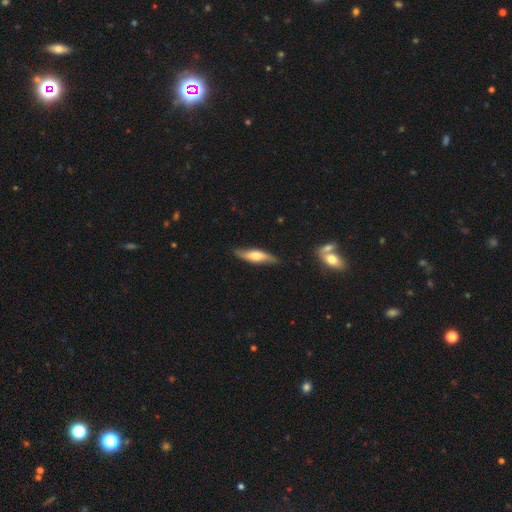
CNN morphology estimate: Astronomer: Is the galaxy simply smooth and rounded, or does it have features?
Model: featured or disk — 50% (runner-up: smooth, 44%).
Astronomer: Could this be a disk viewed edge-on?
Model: yes — 66%.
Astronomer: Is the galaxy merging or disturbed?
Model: none — 79%.